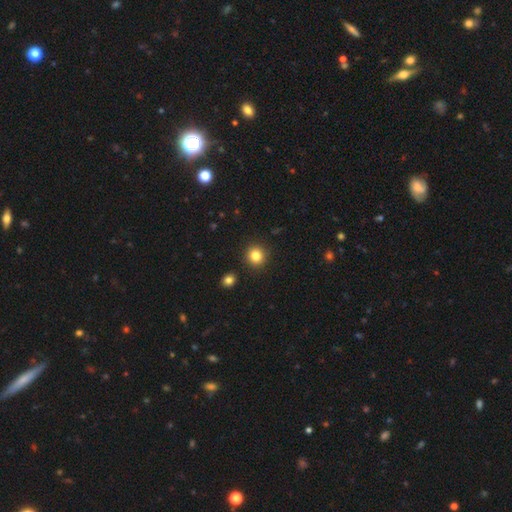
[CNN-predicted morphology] Q: Smooth or featured?
A: smooth (83%); runner-up: star or artifact (12%)
Q: How rounded?
A: round (91%); runner-up: in between (8%)
Q: Merging?
A: none (90%); runner-up: minor disturbance (6%)